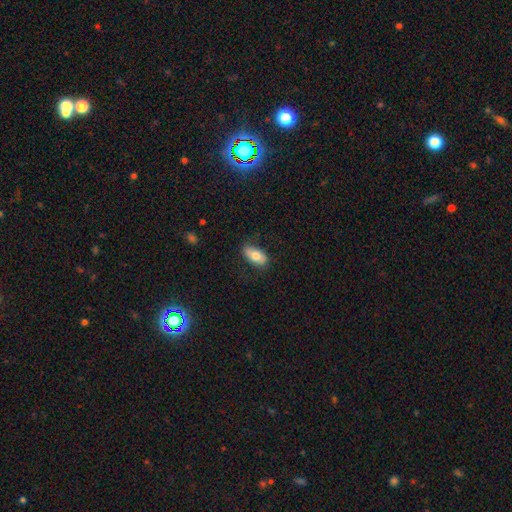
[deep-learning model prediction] smooth_or_featured: smooth (p=0.74) [alt: featured or disk p=0.20]
how_rounded: in between (p=0.89) [alt: cigar-shaped p=0.07]
merging: none (p=0.78) [alt: minor disturbance p=0.17]